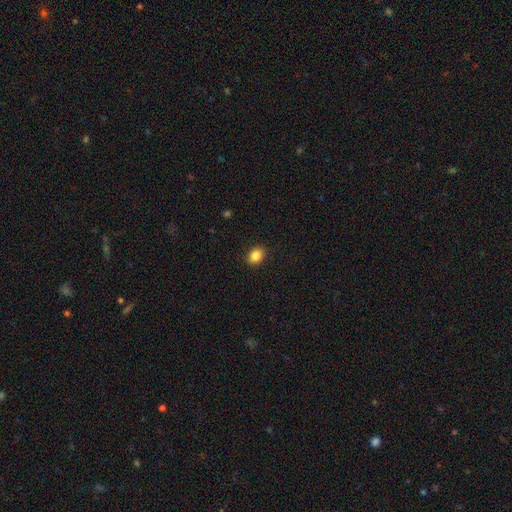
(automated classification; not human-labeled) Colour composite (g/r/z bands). It shows a smooth galaxy with no disk features (86%) that is round (53%). Merging: none (90%).